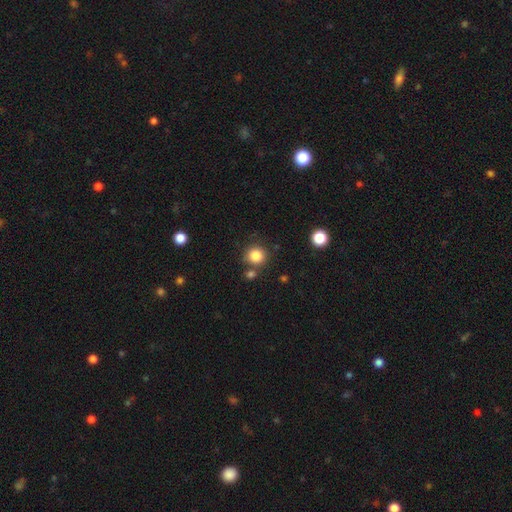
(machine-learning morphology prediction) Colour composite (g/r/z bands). It shows a smooth galaxy with no disk features (85%) that is round (90%). Merging: none (77%).